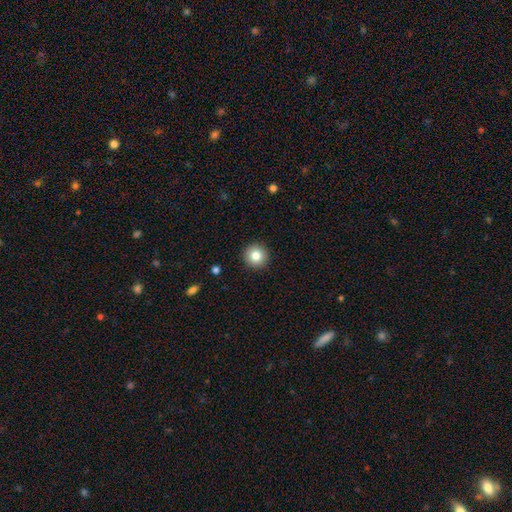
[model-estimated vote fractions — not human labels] smooth-or-featured: smooth: 82% | star or artifact: 10% | featured or disk: 8%
  how-rounded: round: 96% | in between: 3% | cigar-shaped: 1%
  merging: none: 92% | minor disturbance: 5% | major disturbance: 2% | merger: 1%